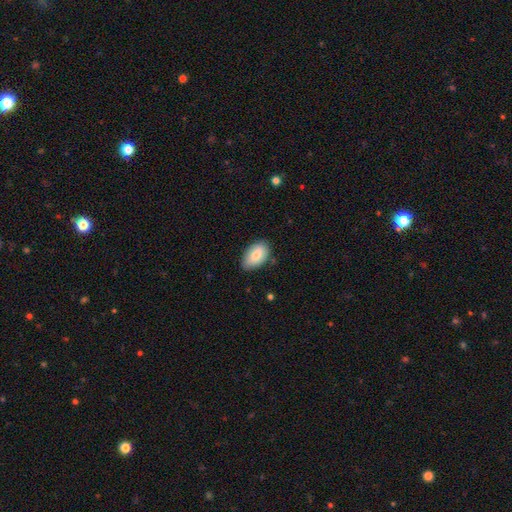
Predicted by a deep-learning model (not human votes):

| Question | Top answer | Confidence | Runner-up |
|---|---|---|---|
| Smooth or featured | smooth | 79% | featured or disk (15%) |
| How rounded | in between | 93% | round (5%) |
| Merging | none | 78% | minor disturbance (18%) |